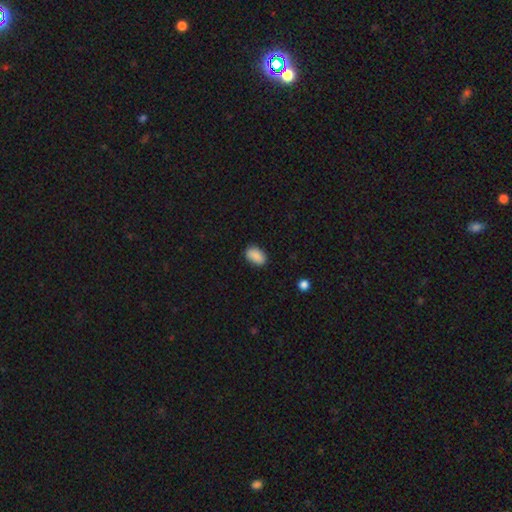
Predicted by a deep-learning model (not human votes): Smooth or featured?
  - smooth: 89% *
  - star or artifact: 7%
  - featured or disk: 4%
How rounded?
  - in between: 90% *
  - round: 8%
  - cigar-shaped: 2%
Merging?
  - none: 86% *
  - minor disturbance: 11%
  - major disturbance: 2%
  - merger: 1%